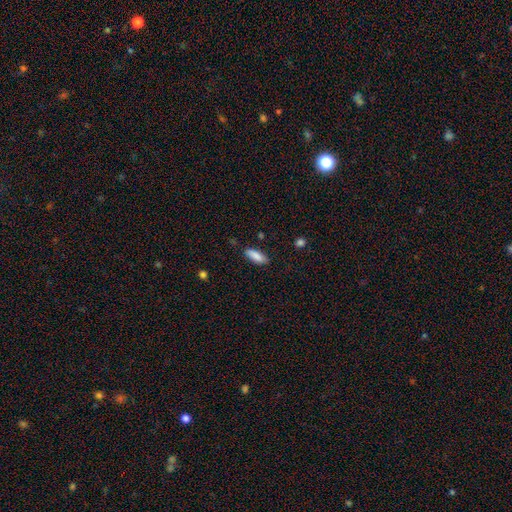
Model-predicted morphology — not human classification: Smooth or featured?
  - smooth: 87% *
  - star or artifact: 7%
  - featured or disk: 6%
How rounded?
  - in between: 63% *
  - cigar-shaped: 35%
  - round: 2%
Merging?
  - none: 84% *
  - minor disturbance: 12%
  - major disturbance: 2%
  - merger: 2%